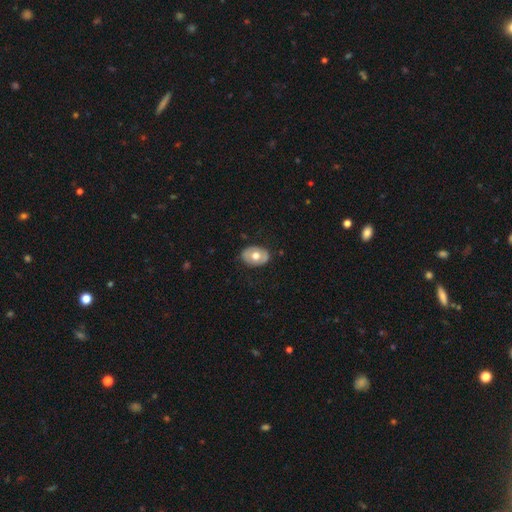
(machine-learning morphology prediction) smooth 53%, featured or disk 41%, star or artifact 6%. Down the decision tree: how rounded — in between (71%); merging — none (82%).